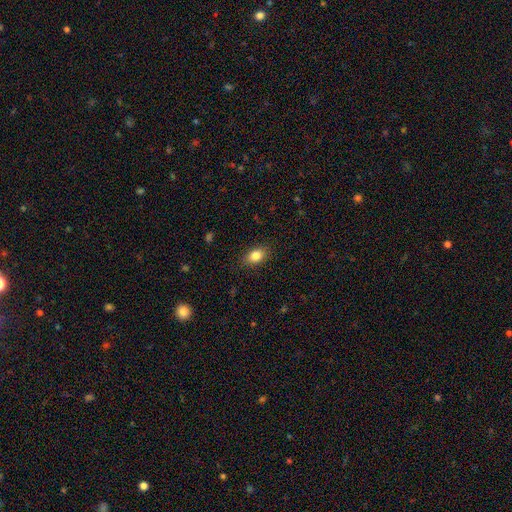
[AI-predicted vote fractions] Smooth or featured? Predicted: smooth (p=0.85). How rounded? Predicted: in between (p=0.83). Merging? Predicted: none (p=0.86).